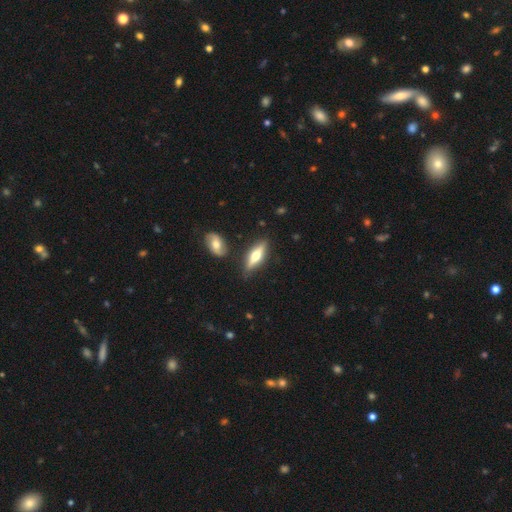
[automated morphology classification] This appears to be a featured or disk galaxy (49%). Merging: none (81%).